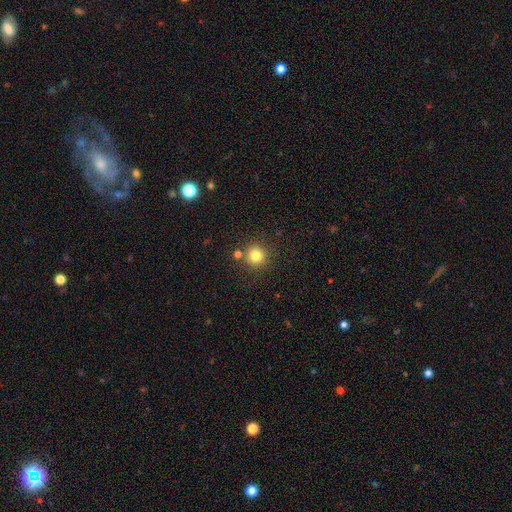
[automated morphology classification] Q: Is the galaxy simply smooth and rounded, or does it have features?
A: smooth — 81%.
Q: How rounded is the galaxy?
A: round — 93%.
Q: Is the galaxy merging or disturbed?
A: none — 82%.